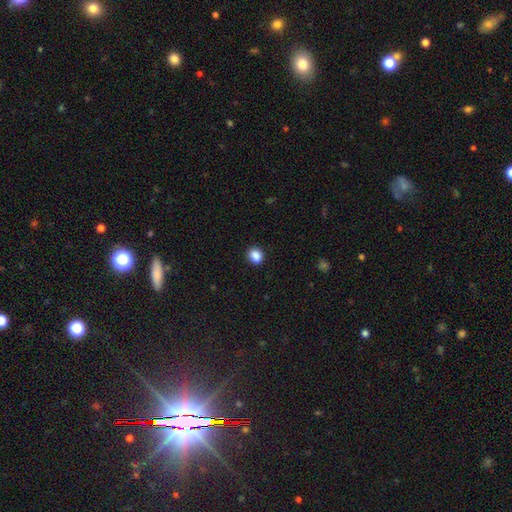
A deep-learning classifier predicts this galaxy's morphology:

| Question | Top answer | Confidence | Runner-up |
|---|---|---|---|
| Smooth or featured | smooth | 88% | star or artifact (9%) |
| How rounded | round | 58% | in between (41%) |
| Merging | none | 89% | minor disturbance (8%) |